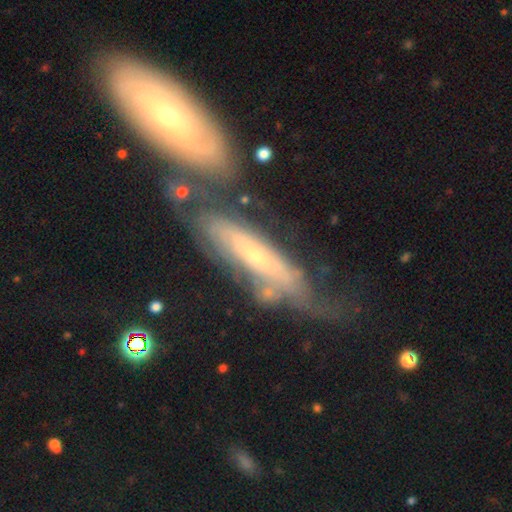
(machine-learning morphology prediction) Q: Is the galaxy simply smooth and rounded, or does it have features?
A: featured or disk — 66%.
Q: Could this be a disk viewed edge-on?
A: no — 64%.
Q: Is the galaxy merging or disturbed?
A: none — 38%.